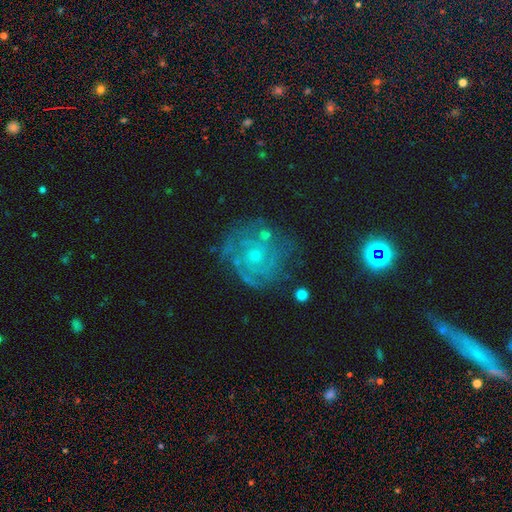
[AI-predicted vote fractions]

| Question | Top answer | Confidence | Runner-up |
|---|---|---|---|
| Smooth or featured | featured or disk | 78% | smooth (12%) |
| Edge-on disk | no | 98% | yes (2%) |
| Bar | no | 80% | weak (17%) |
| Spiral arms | yes | 86% | no (14%) |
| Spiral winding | tight | 67% | medium (25%) |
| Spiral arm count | can't tell | 42% | 3 (19%) |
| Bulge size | small | 66% | moderate (27%) |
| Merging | none | 67% | minor disturbance (19%) |